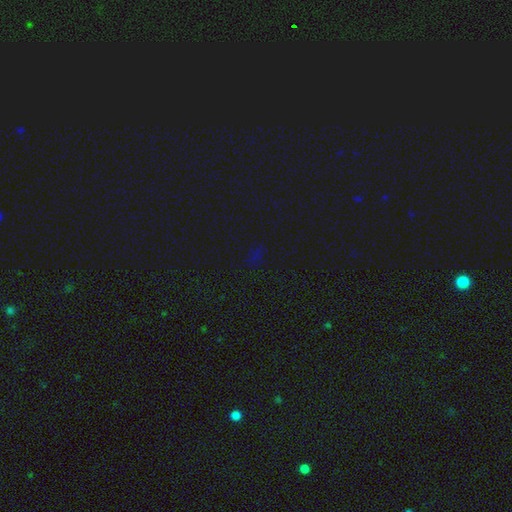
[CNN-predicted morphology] smooth-or-featured: star or artifact: 69% | smooth: 25% | featured or disk: 7%